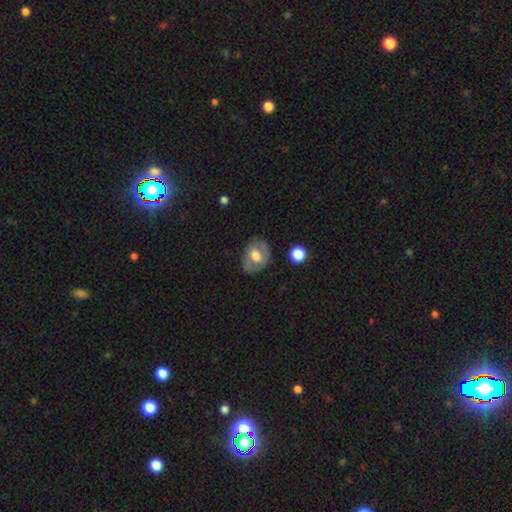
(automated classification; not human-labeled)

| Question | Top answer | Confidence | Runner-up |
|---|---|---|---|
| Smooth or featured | smooth | 51% | featured or disk (41%) |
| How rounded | in between | 60% | round (39%) |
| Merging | none | 75% | minor disturbance (18%) |